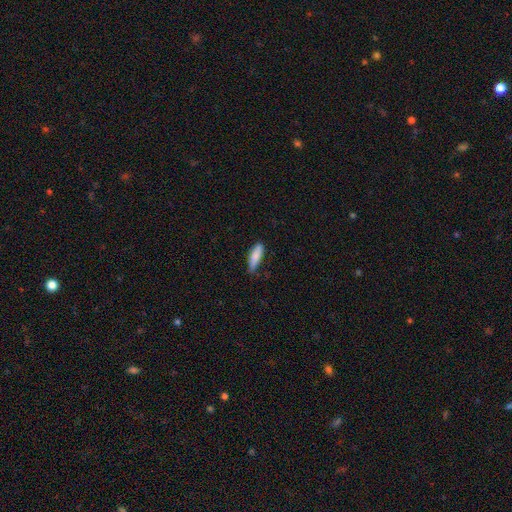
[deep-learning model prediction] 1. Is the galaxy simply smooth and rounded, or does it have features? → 85% smooth, 9% featured or disk, 6% star or artifact.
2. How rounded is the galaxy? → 59% cigar-shaped, 39% in between, 2% round.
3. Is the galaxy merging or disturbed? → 69% none, 26% minor disturbance, 4% major disturbance, 2% merger.